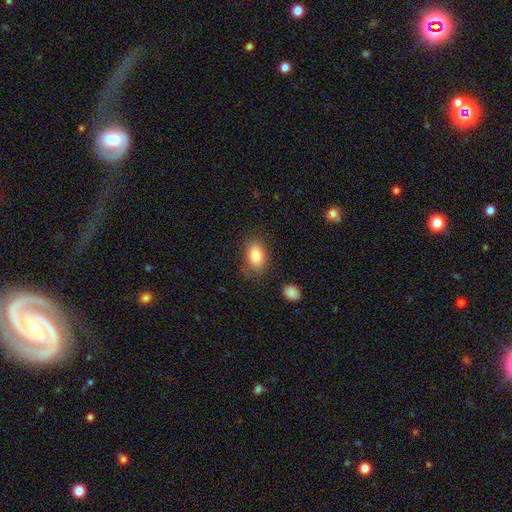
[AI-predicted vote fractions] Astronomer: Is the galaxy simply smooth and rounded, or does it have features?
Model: smooth — 84%.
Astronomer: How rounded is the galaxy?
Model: in between — 83%.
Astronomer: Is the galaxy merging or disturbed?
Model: none — 77%.